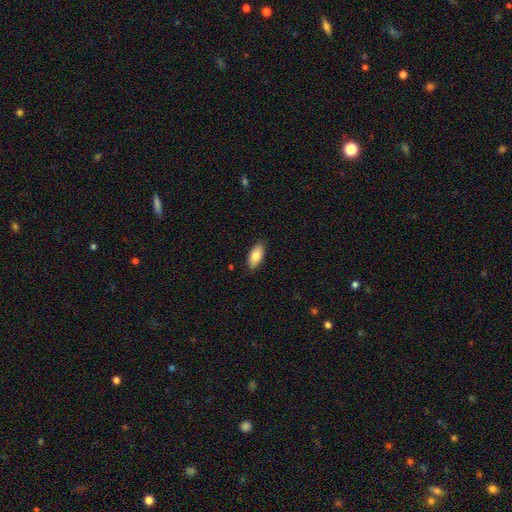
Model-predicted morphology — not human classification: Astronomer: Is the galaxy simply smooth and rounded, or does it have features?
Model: smooth — 83%.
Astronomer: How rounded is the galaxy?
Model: in between — 90%.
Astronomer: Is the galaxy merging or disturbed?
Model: none — 87%.